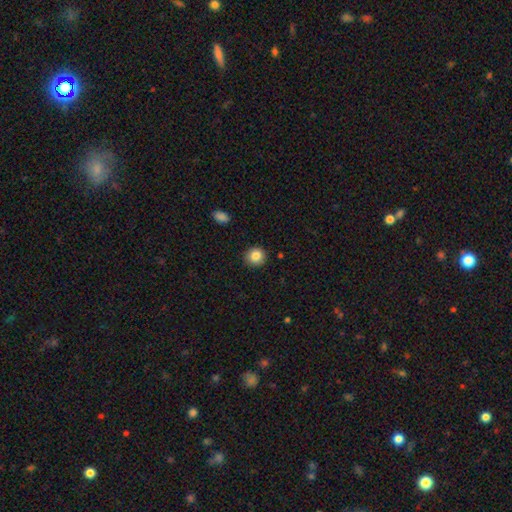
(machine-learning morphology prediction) smooth 85%, star or artifact 9%, featured or disk 6%. Down the decision tree: how rounded — round (90%); merging — none (91%).